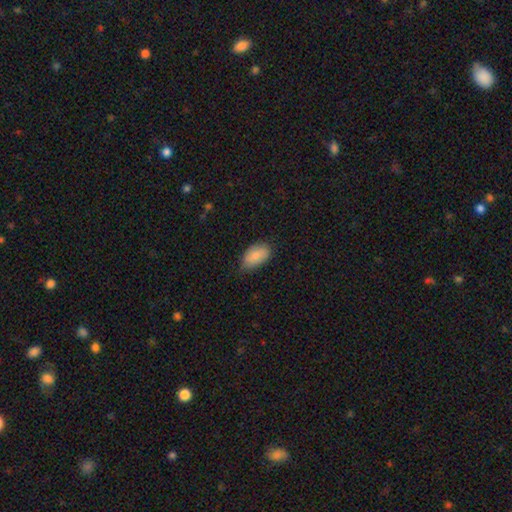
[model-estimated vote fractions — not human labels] Smooth or featured? smooth (84%)
How rounded? in between (93%)
Merging? none (68%)